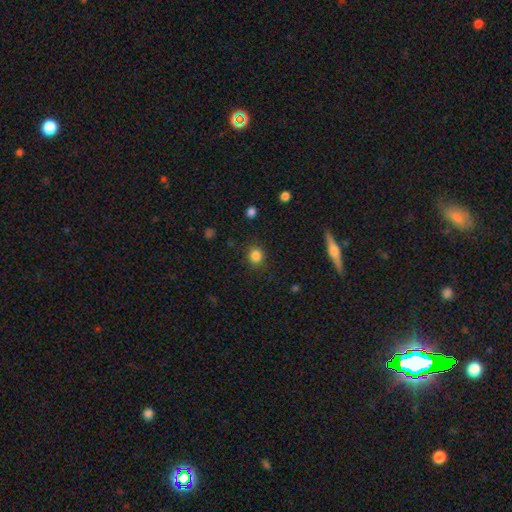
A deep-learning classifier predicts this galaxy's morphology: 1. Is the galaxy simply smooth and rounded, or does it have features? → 84% smooth, 11% star or artifact, 5% featured or disk.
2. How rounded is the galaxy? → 86% round, 13% in between, 1% cigar-shaped.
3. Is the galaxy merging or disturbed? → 85% none, 10% minor disturbance, 3% major disturbance, 2% merger.